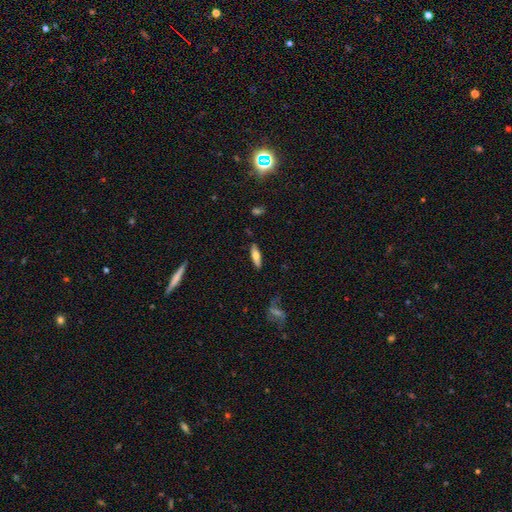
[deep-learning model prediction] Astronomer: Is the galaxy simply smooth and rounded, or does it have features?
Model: smooth — 60%.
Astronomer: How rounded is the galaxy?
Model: in between — 50% (runner-up: cigar-shaped, 48%).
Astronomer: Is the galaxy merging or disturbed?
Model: none — 85%.